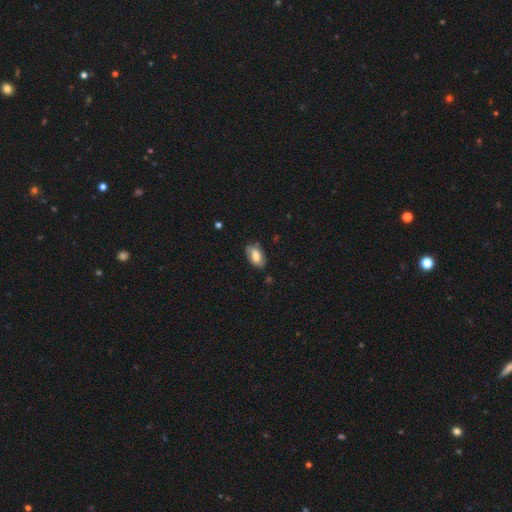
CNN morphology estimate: Smooth or featured?
  - smooth: 63% *
  - featured or disk: 29%
  - star or artifact: 8%
How rounded?
  - in between: 91% *
  - round: 5%
  - cigar-shaped: 4%
Merging?
  - none: 73% *
  - minor disturbance: 20%
  - major disturbance: 5%
  - merger: 2%